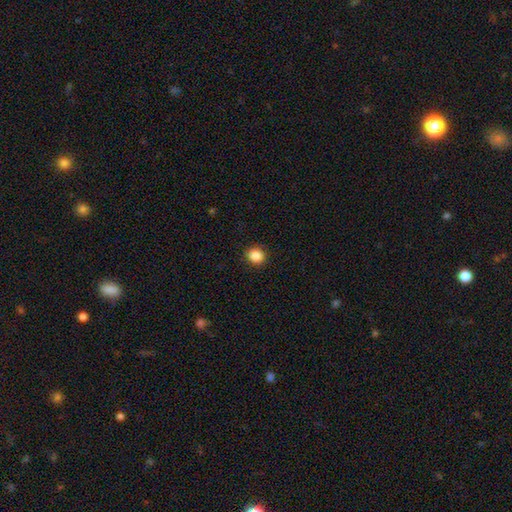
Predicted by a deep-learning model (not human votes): A smooth galaxy with no disk features (87%) that is round (86%).

Vote fractions:
- Smooth or featured? smooth: 87% / star or artifact: 10% / featured or disk: 3%
- How rounded? round: 86% / in between: 13% / cigar-shaped: 1%
- Merging? none: 91% / minor disturbance: 6% / major disturbance: 2% / merger: 1%